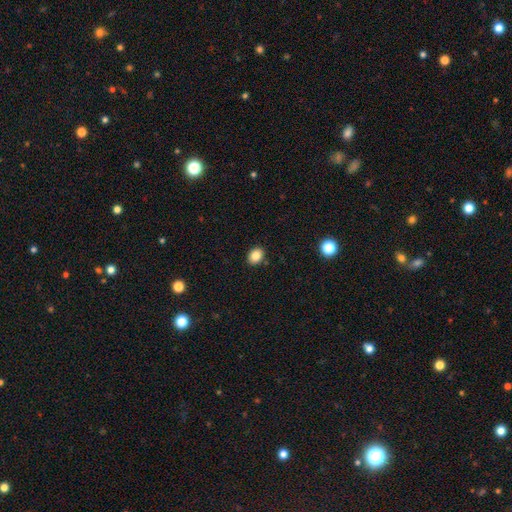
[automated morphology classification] Smooth or featured? smooth (85%)
How rounded? in between (58%)
Merging? none (89%)